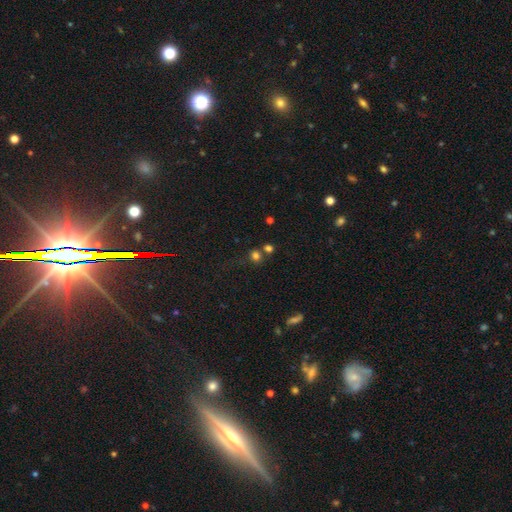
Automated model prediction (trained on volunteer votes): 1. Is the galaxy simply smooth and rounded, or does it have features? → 72% smooth, 20% star or artifact, 7% featured or disk.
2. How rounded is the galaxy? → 80% round, 18% in between, 1% cigar-shaped.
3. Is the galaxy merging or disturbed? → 59% none, 25% merger, 11% minor disturbance, 6% major disturbance.